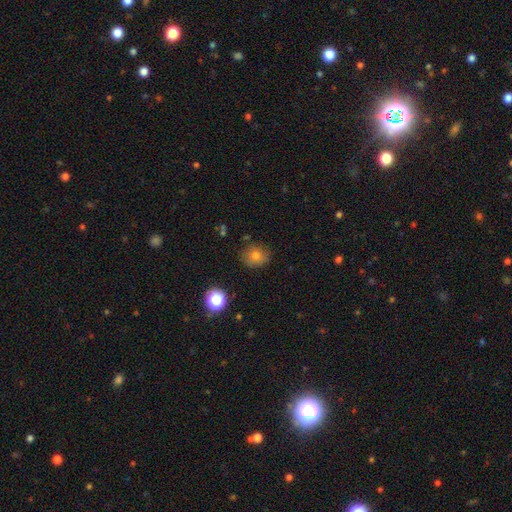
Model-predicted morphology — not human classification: Smooth or featured: smooth — 75% (star or artifact — 14%)
How rounded: round — 79% (in between — 20%)
Merging: none — 80% (minor disturbance — 14%)